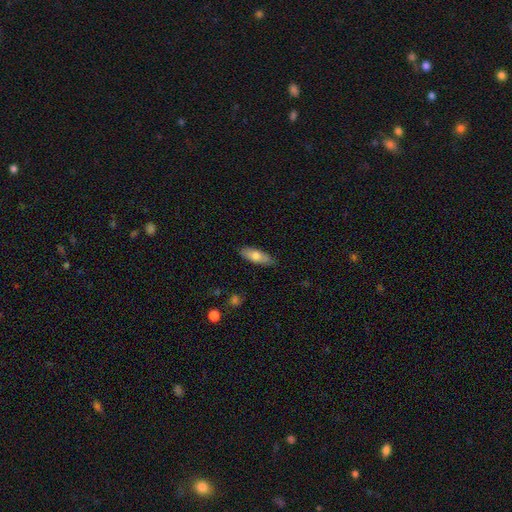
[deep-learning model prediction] This is likely a smooth galaxy (72%). How rounded: likely in between (63%). Merging: clearly none (87%).